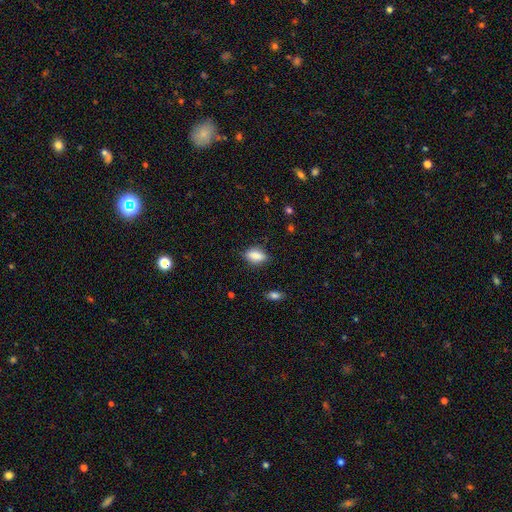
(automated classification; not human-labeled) smooth_or_featured: smooth (p=0.82) [alt: featured or disk p=0.09]
how_rounded: in between (p=0.84) [alt: round p=0.08]
merging: none (p=0.76) [alt: minor disturbance p=0.18]